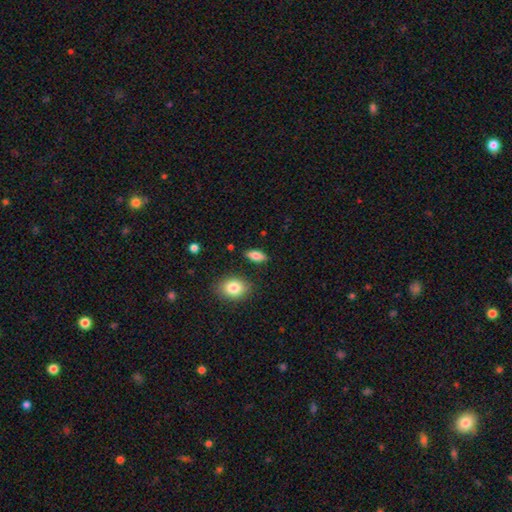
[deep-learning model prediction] smooth_or_featured: smooth (p=0.78) [alt: featured or disk p=0.15]
how_rounded: in between (p=0.80) [alt: cigar-shaped p=0.15]
merging: none (p=0.86) [alt: minor disturbance p=0.09]